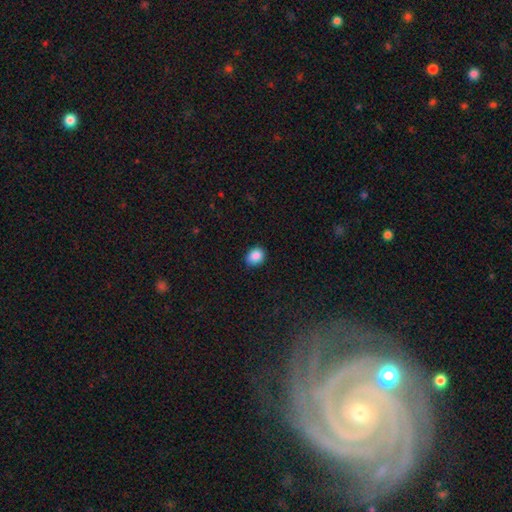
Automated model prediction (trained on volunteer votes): smooth 88%, star or artifact 9%, featured or disk 3%. Down the decision tree: how rounded — in between (53%); merging — none (83%).